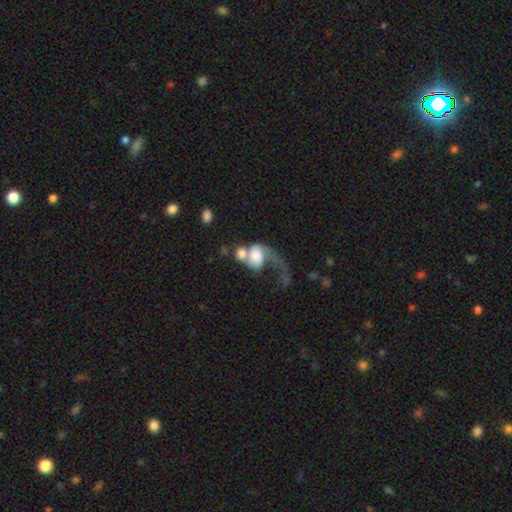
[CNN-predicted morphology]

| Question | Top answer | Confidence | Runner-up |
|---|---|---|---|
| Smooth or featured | smooth | 47% | featured or disk (45%) |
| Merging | merger | 53% | major disturbance (31%) |